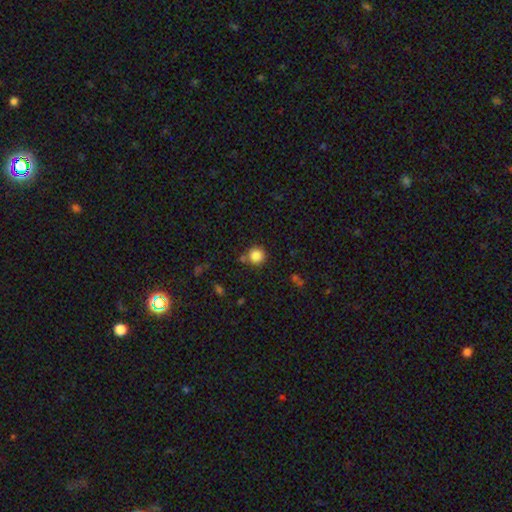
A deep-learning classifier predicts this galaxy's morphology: This is clearly a smooth galaxy (85%). How rounded: clearly round (94%). Merging: likely none (79%).